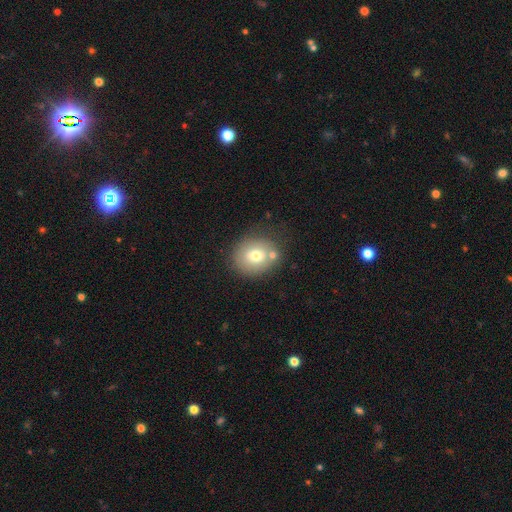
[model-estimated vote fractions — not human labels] Q: Smooth or featured?
A: smooth (71%); runner-up: featured or disk (19%)
Q: How rounded?
A: round (69%); runner-up: in between (30%)
Q: Merging?
A: none (68%); runner-up: minor disturbance (14%)